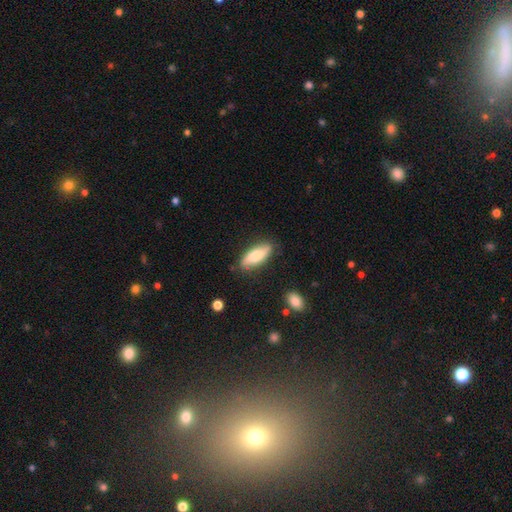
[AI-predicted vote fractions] Q: Smooth or featured?
A: smooth (69%); runner-up: featured or disk (25%)
Q: How rounded?
A: in between (67%); runner-up: cigar-shaped (31%)
Q: Merging?
A: none (80%); runner-up: minor disturbance (15%)